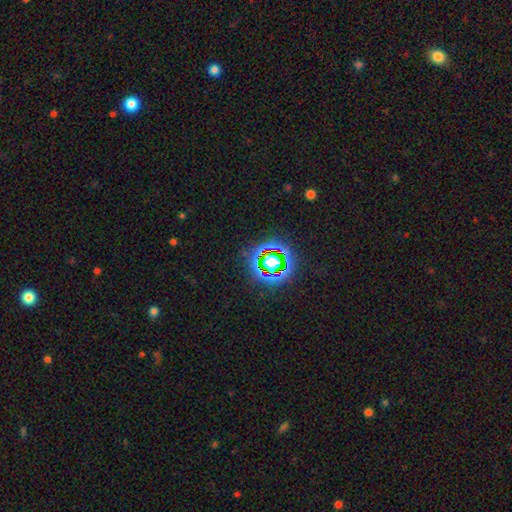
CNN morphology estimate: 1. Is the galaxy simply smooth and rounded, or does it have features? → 79% star or artifact, 13% smooth, 9% featured or disk.